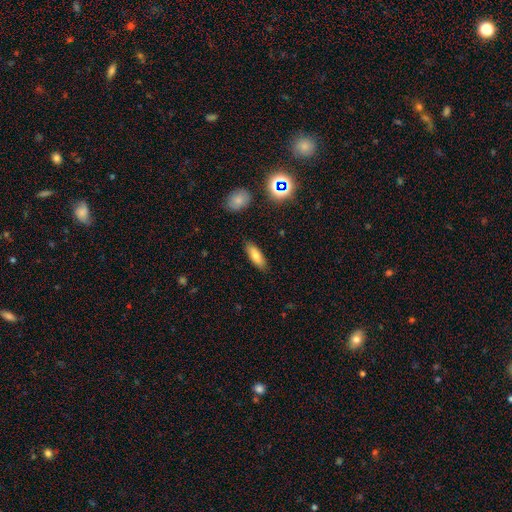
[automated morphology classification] Smooth or featured? Predicted: smooth (p=0.76). How rounded? Predicted: in between (p=0.65). Merging? Predicted: none (p=0.86).